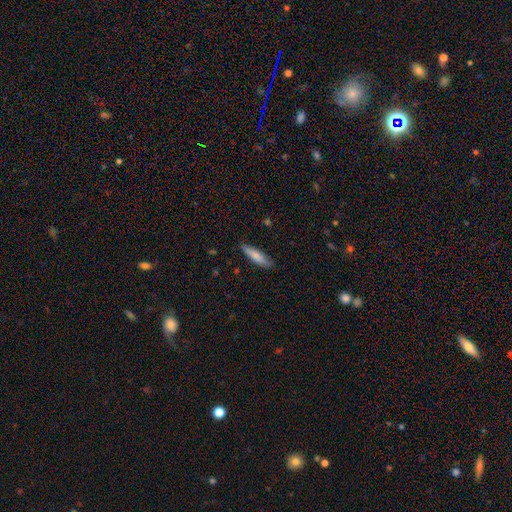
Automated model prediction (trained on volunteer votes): Smooth or featured? Predicted: smooth (p=0.77). How rounded? Predicted: cigar-shaped (p=0.74). Merging? Predicted: none (p=0.83).